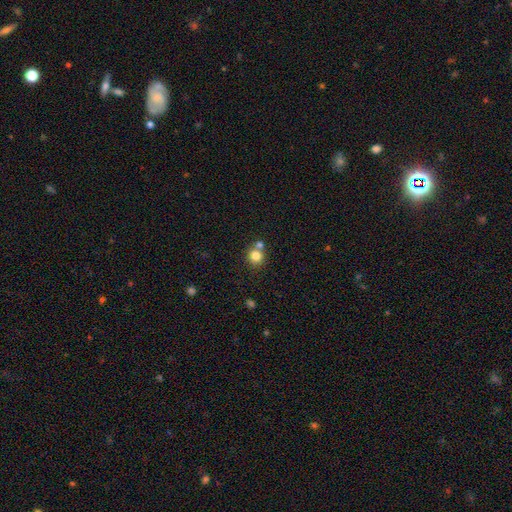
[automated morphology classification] A smooth galaxy with no disk features (82%) that is round (89%). Merging: none (60%).